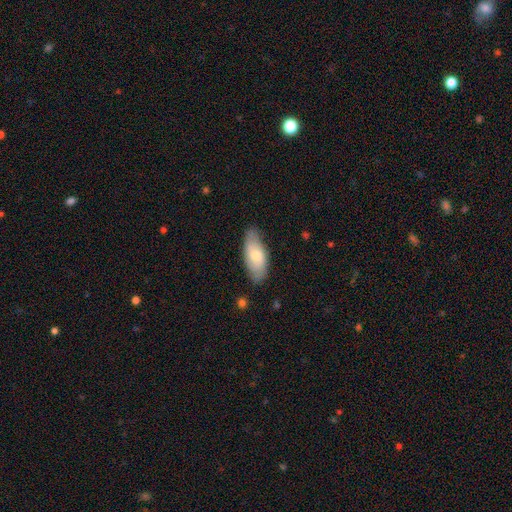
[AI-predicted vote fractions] This appears to be a smooth galaxy with no disk features (68%) that is in between round and cigar-shaped (86%). Merging: none (75%).